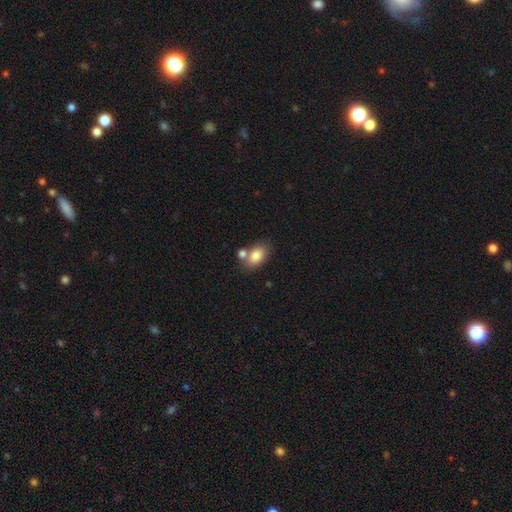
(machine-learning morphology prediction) Q: Smooth or featured?
A: smooth (82%); runner-up: featured or disk (10%)
Q: How rounded?
A: in between (85%); runner-up: round (13%)
Q: Merging?
A: none (60%); runner-up: merger (24%)